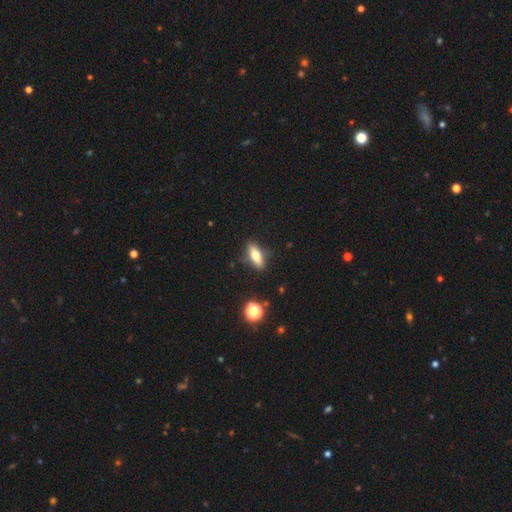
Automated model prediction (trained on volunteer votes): Smooth or featured? smooth (64%)
How rounded? in between (64%)
Merging? none (85%)